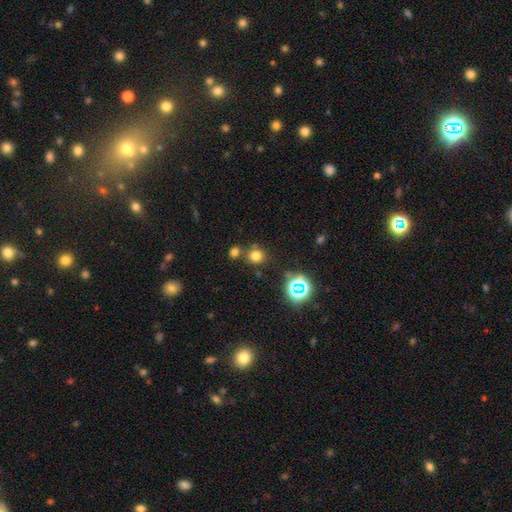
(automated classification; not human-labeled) smooth_or_featured: smooth (p=0.72) [alt: star or artifact p=0.21]
how_rounded: round (p=0.85) [alt: in between p=0.14]
merging: none (p=0.72) [alt: merger p=0.15]